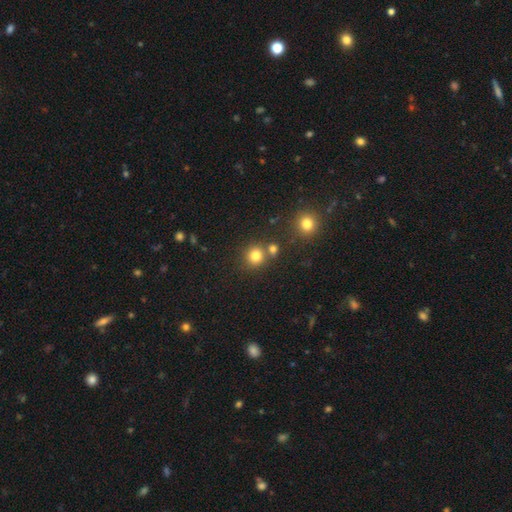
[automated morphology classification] The model was most divided on "merging": none: 73%, merger: 17%, minor disturbance: 8%, major disturbance: 3%. More confident: how rounded — round (91%); smooth or featured — smooth (80%).